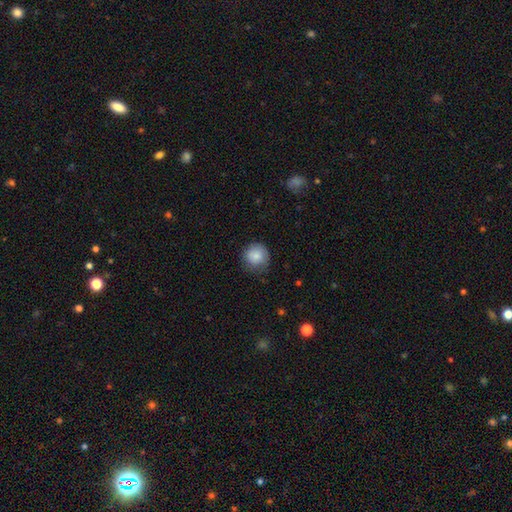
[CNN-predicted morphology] Q: Smooth or featured?
A: smooth (85%); runner-up: star or artifact (8%)
Q: How rounded?
A: round (92%); runner-up: in between (7%)
Q: Merging?
A: none (75%); runner-up: minor disturbance (20%)